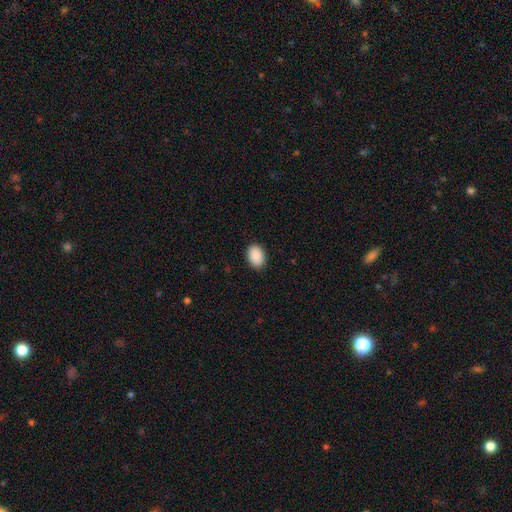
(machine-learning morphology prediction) Smooth or featured? Predicted: smooth (p=0.91). How rounded? Predicted: in between (p=0.82). Merging? Predicted: none (p=0.90).